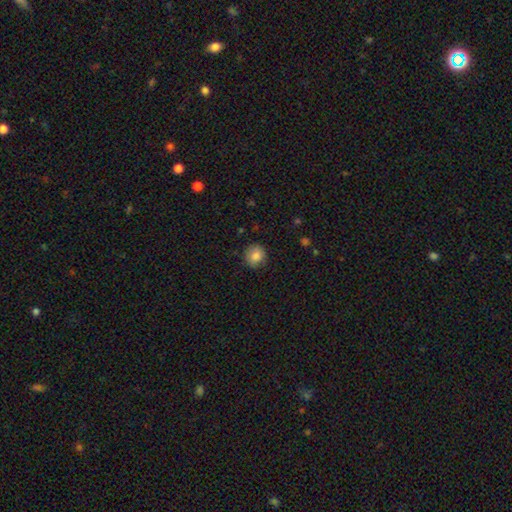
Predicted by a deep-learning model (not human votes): smooth_or_featured: smooth (p=0.84) [alt: star or artifact p=0.09]
how_rounded: round (p=0.85) [alt: in between p=0.14]
merging: none (p=0.84) [alt: minor disturbance p=0.12]